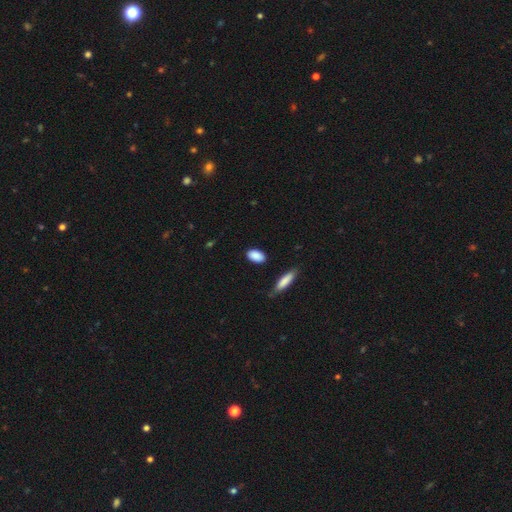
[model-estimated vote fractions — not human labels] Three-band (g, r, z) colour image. It shows a smooth galaxy with no disk features (89%) that is in between round and cigar-shaped (89%). Merging: none (84%).